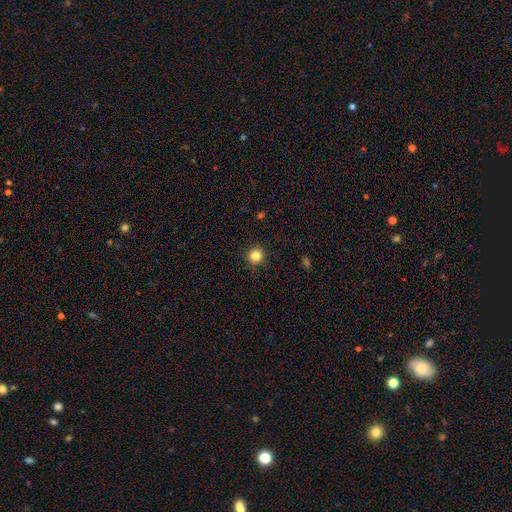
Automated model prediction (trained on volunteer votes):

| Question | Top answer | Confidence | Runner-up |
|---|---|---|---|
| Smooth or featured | smooth | 83% | star or artifact (12%) |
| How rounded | round | 95% | in between (4%) |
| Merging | none | 91% | minor disturbance (6%) |